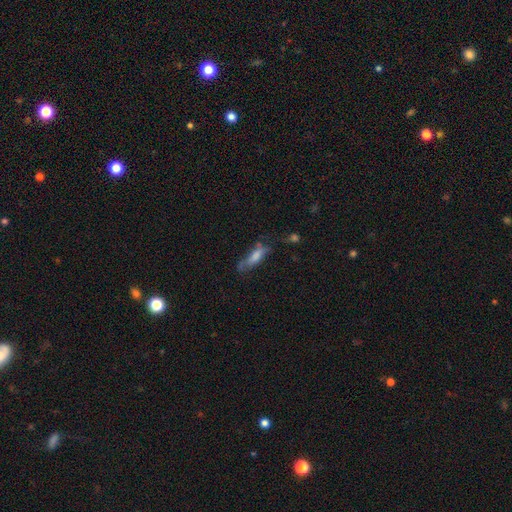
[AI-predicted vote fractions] smooth 47%, featured or disk 39%, star or artifact 14%. Down the decision tree: merging — none (51%).